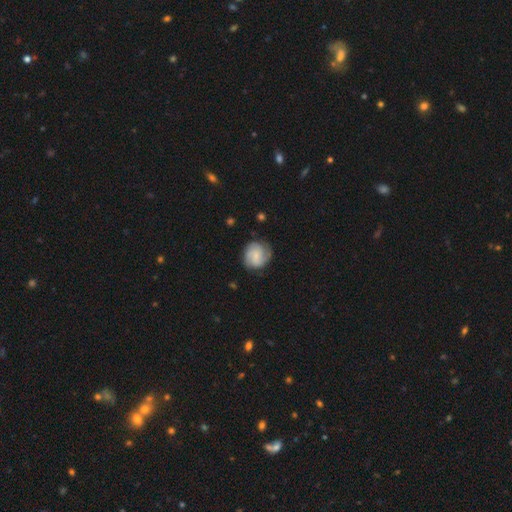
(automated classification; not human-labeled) Smooth or featured? Predicted: featured or disk (p=0.51). Edge-on disk? Predicted: no (p=0.98). Bar? Predicted: no (p=0.65). Spiral arms? Predicted: yes (p=0.91). Bulge size? Predicted: small (p=0.57). Merging? Predicted: none (p=0.74).